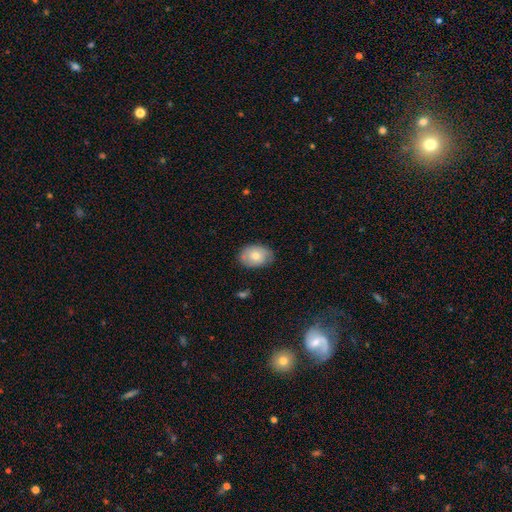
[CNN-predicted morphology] Smooth or featured: smooth — 72% (featured or disk — 21%)
How rounded: in between — 78% (round — 21%)
Merging: none — 80% (minor disturbance — 16%)